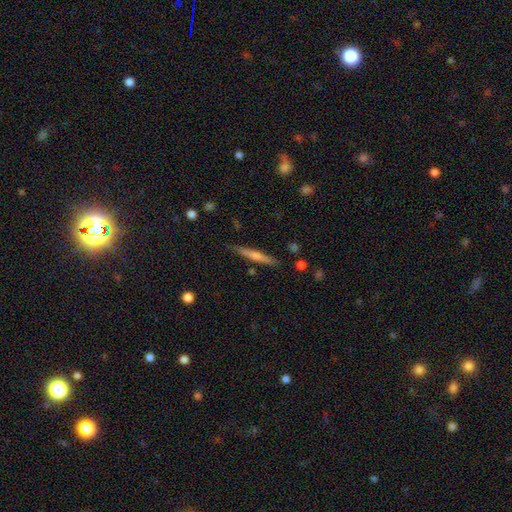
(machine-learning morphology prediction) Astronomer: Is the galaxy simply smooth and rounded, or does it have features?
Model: smooth — 52% (runner-up: featured or disk, 41%).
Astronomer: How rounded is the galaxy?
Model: cigar-shaped — 94%.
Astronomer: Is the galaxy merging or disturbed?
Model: none — 83%.